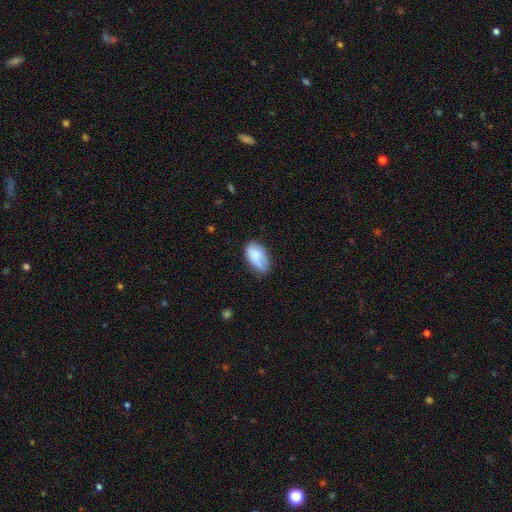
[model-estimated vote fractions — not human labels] Smooth or featured? smooth (79%)
How rounded? in between (93%)
Merging? none (61%)